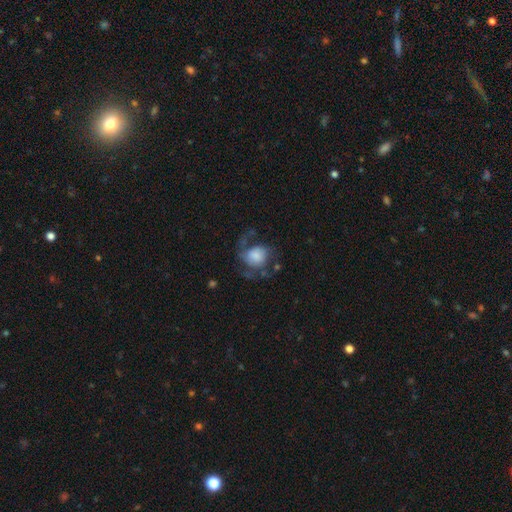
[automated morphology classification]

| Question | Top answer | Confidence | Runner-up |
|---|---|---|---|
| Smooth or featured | featured or disk | 53% | smooth (39%) |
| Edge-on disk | no | 97% | yes (3%) |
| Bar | no | 75% | weak (21%) |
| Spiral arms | yes | 82% | no (18%) |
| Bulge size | large | 36% | dominant (17%) |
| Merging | none | 43% | major disturbance (34%) |